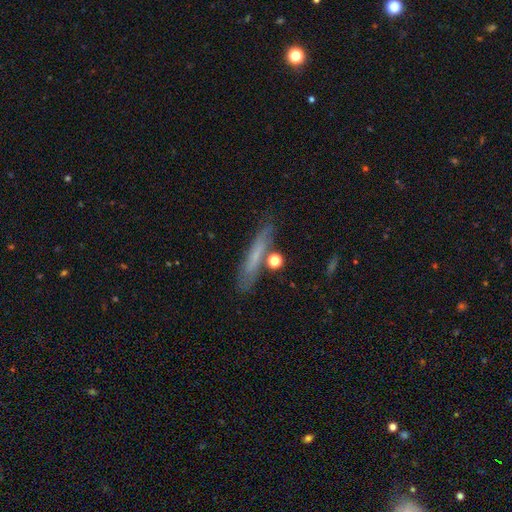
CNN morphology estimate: Smooth or featured? Predicted: smooth (p=0.58). How rounded? Predicted: cigar-shaped (p=0.89). Merging? Predicted: none (p=0.77).